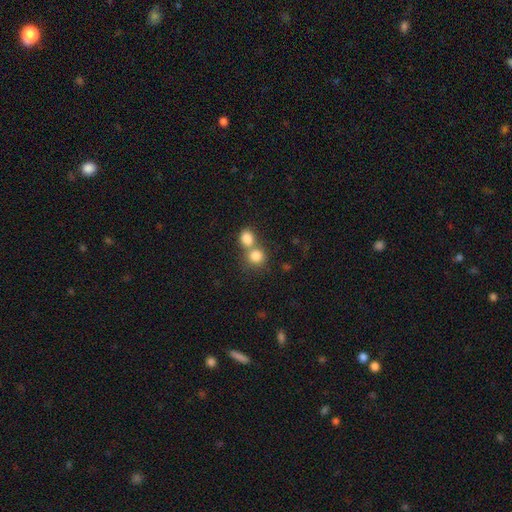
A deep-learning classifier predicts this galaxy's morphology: Smooth or featured? Predicted: smooth (p=0.81). How rounded? Predicted: round (p=0.81). Merging? Predicted: merger (p=0.52).